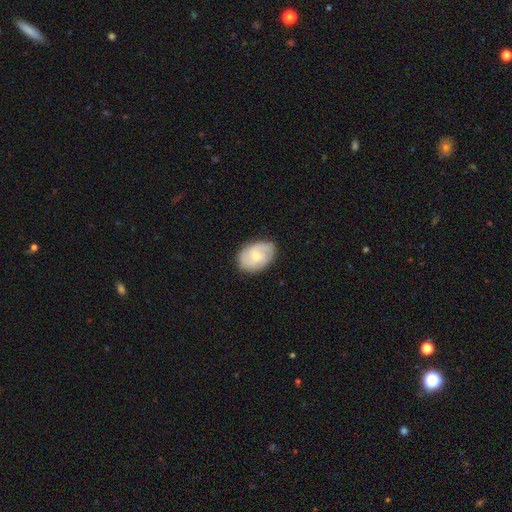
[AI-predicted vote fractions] Smooth or featured?
  - featured or disk: 52% *
  - smooth: 42%
  - star or artifact: 6%
Edge-on disk?
  - no: 96% *
  - yes: 4%
Bar?
  - no: 64% *
  - weak: 31%
  - strong: 5%
Spiral arms?
  - yes: 81% *
  - no: 19%
Bulge size?
  - small: 58% *
  - moderate: 38%
  - none: 2%
  - large: 2%
  - dominant: 1%
Merging?
  - none: 80% *
  - minor disturbance: 15%
  - major disturbance: 3%
  - merger: 1%